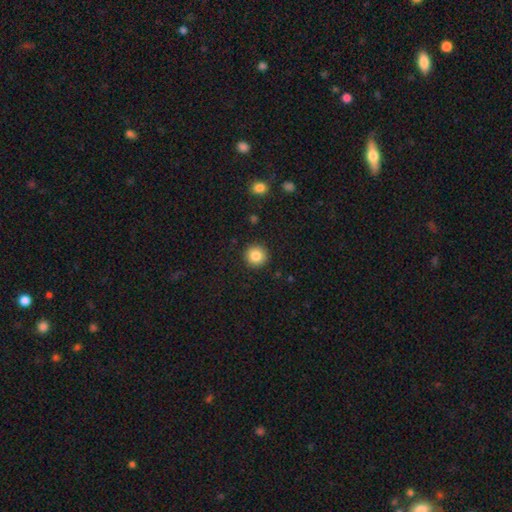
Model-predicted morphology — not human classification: Smooth or featured? smooth (85%)
How rounded? round (94%)
Merging? none (92%)